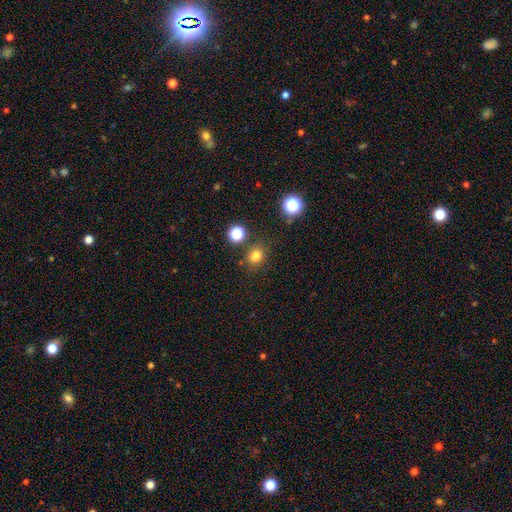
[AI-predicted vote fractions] A smooth galaxy with no disk features (78%) that is round (64%).

Vote fractions:
- Smooth or featured? smooth: 78% / star or artifact: 16% / featured or disk: 6%
- How rounded? round: 64% / in between: 35% / cigar-shaped: 1%
- Merging? none: 80% / minor disturbance: 10% / merger: 6% / major disturbance: 4%